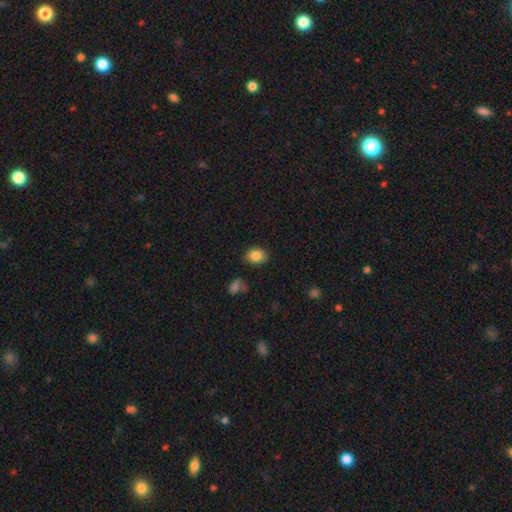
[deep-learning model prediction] Overall: smooth (85%). How rounded: in between (67%; round 32%). Merging: none (84%).